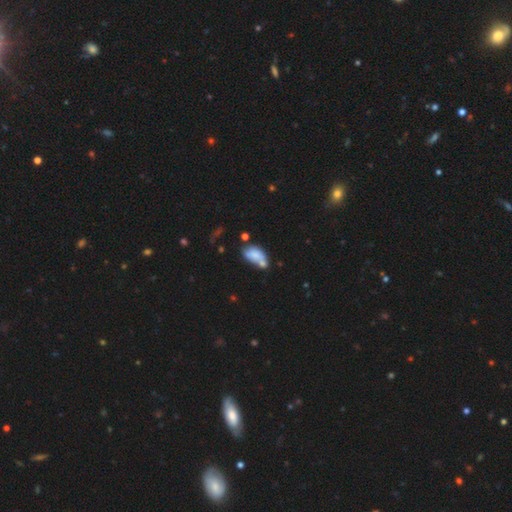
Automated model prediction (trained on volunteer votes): Overall: smooth (63%; featured or disk 28%). How rounded: in between (90%). Merging: merger (40%; none 27%).